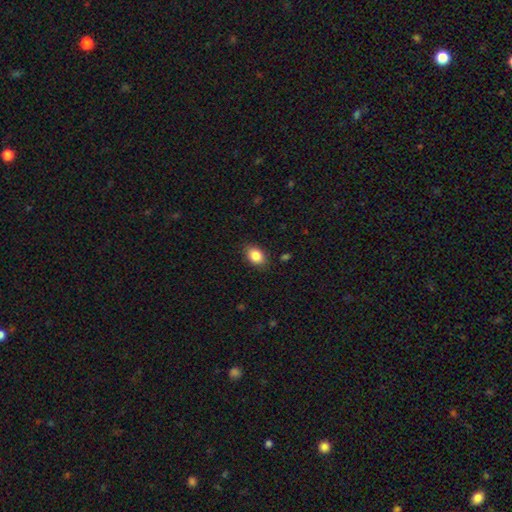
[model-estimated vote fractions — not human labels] A smooth galaxy with no disk features (86%) that is in between round and cigar-shaped (78%). Merging: none (85%).